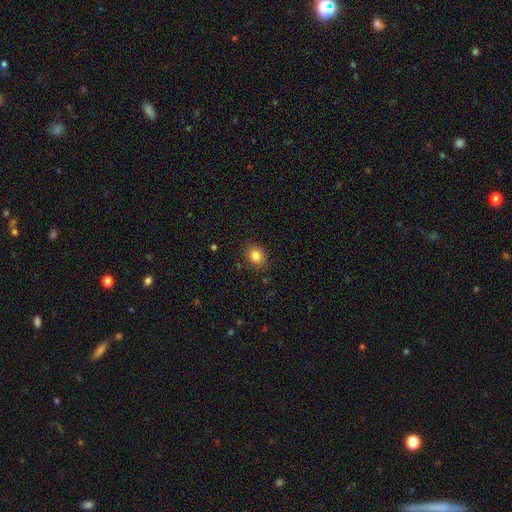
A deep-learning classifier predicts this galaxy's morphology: smooth_or_featured: smooth (p=0.84) [alt: star or artifact p=0.11]
how_rounded: round (p=0.60) [alt: in between p=0.40]
merging: none (p=0.86) [alt: minor disturbance p=0.10]